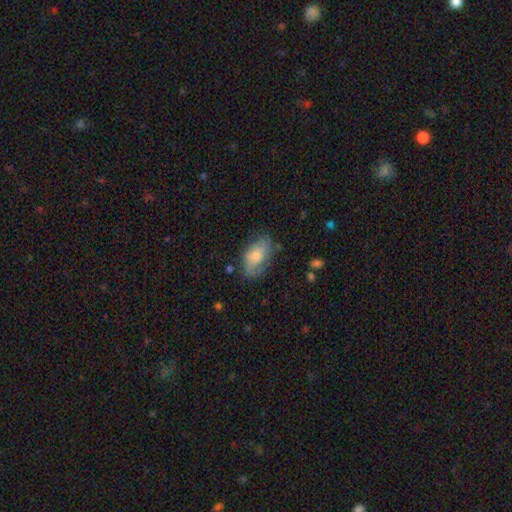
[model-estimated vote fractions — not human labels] A smooth galaxy with no disk features (65%) that is in between round and cigar-shaped (91%).

Vote fractions:
- Smooth or featured? smooth: 65% / featured or disk: 27% / star or artifact: 8%
- How rounded? in between: 91% / round: 6% / cigar-shaped: 3%
- Merging? none: 65% / minor disturbance: 25% / major disturbance: 8% / merger: 2%